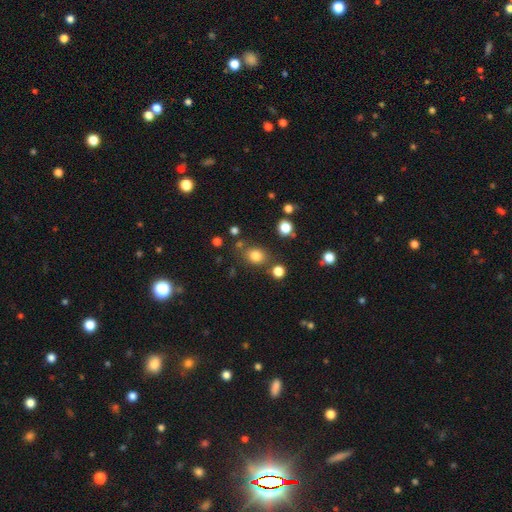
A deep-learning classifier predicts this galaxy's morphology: Q: Smooth or featured?
A: smooth (80%); runner-up: star or artifact (14%)
Q: How rounded?
A: round (61%); runner-up: in between (38%)
Q: Merging?
A: none (75%); runner-up: minor disturbance (12%)